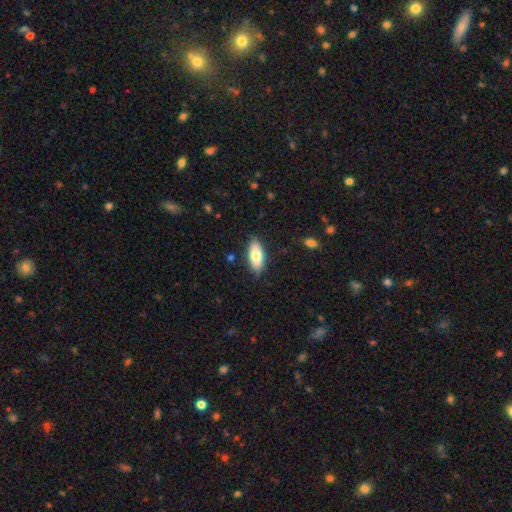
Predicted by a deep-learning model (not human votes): This is likely a smooth galaxy (76%). How rounded: clearly in between (85%). Merging: clearly none (85%).